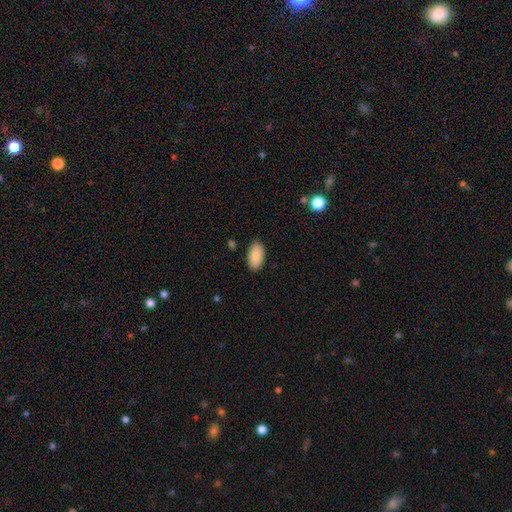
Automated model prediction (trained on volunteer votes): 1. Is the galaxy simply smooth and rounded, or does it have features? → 88% smooth, 6% star or artifact, 6% featured or disk.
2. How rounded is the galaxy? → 95% in between, 3% round, 2% cigar-shaped.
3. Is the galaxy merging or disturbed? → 88% none, 9% minor disturbance, 2% major disturbance, 1% merger.